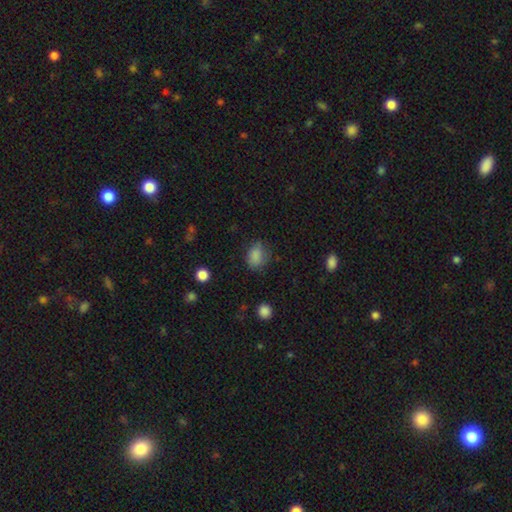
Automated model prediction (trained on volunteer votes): A smooth galaxy with no disk features (84%) that is in between round and cigar-shaped (61%). Merging: none (69%).